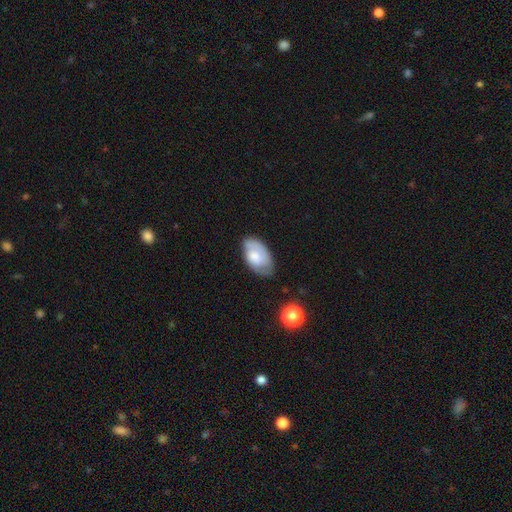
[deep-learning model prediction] Overall: smooth (63%; featured or disk 30%). How rounded: in between (94%). Merging: none (57%; minor disturbance 31%).